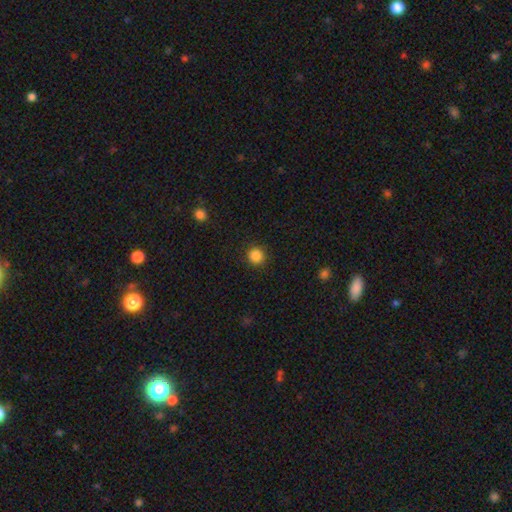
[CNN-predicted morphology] Overall: smooth (86%). How rounded: round (94%). Merging: none (90%).